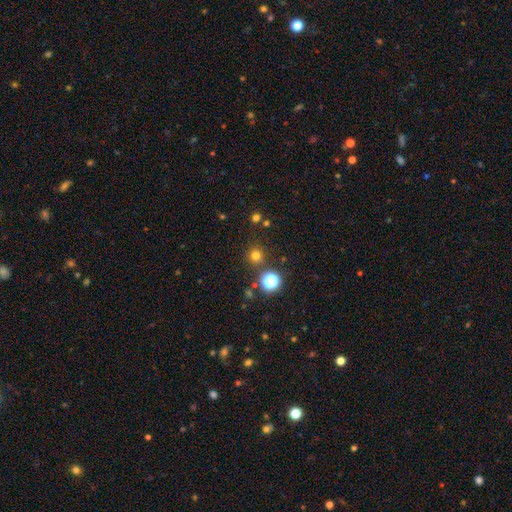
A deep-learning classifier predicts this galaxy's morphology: Smooth or featured? smooth (73%)
How rounded? round (95%)
Merging? none (87%)